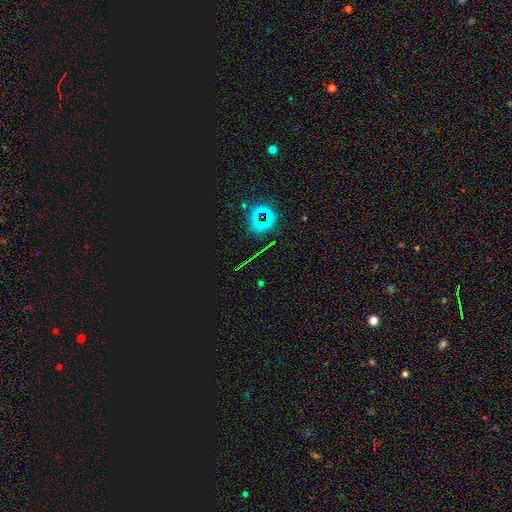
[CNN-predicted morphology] type=star or artifact (82%).